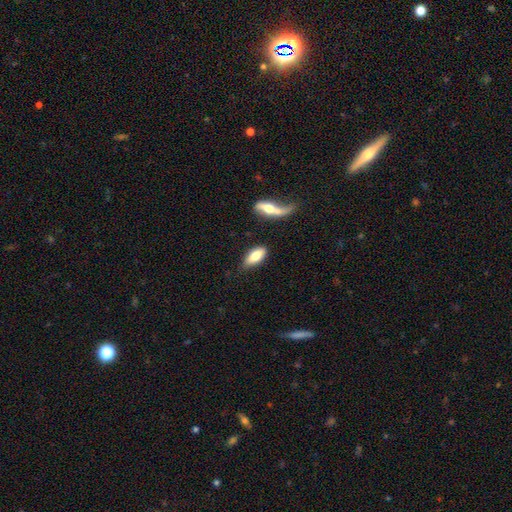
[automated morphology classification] The model was most divided on "merging": none: 70%, minor disturbance: 17%, merger: 7%, major disturbance: 5%. More confident: how rounded — in between (84%); smooth or featured — smooth (77%).